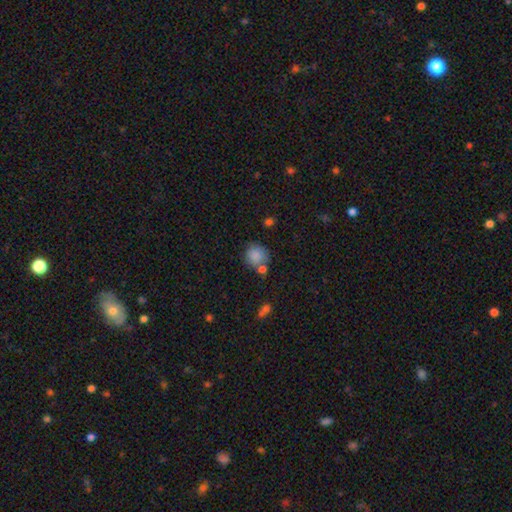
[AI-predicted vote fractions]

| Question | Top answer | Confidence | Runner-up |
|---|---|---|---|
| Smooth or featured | smooth | 84% | star or artifact (9%) |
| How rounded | round | 85% | in between (14%) |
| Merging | none | 63% | merger (17%) |